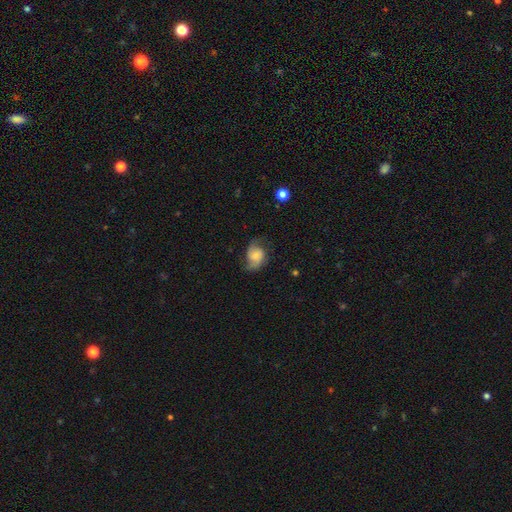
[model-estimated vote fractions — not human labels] This appears to be a featured or disk galaxy (64%) with no bar (63%), 2 (84%) medium (43%) spiral arms (92%) and a small central bulge (50%). Merging: none (62%).